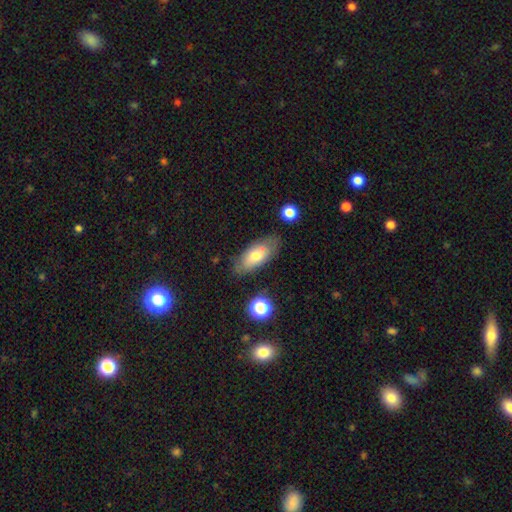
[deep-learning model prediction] smooth-or-featured: smooth: 61% | featured or disk: 31% | star or artifact: 8%
  how-rounded: in between: 85% | cigar-shaped: 12% | round: 3%
  merging: none: 71% | minor disturbance: 20% | major disturbance: 5% | merger: 4%